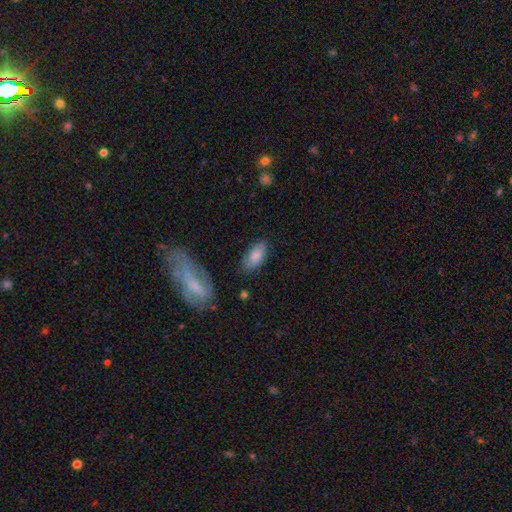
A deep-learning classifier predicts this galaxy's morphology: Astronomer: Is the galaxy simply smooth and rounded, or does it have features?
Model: smooth — 83%.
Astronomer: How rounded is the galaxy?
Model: in between — 90%.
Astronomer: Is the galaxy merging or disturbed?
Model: none — 78%.